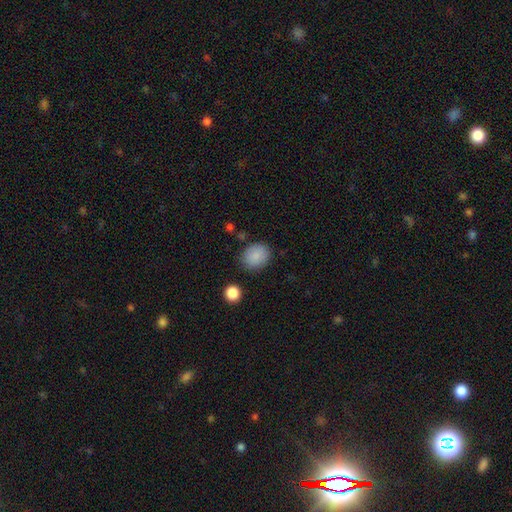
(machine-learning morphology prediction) Overall: smooth (88%). How rounded: round (64%; in between 35%). Merging: none (83%).